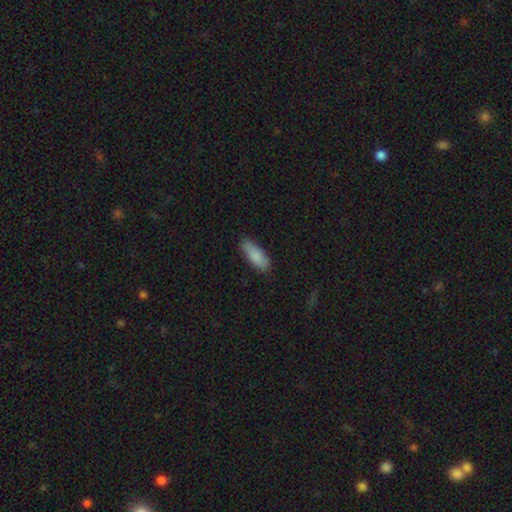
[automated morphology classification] Smooth or featured? Predicted: smooth (p=0.86). How rounded? Predicted: in between (p=0.72). Merging? Predicted: none (p=0.80).